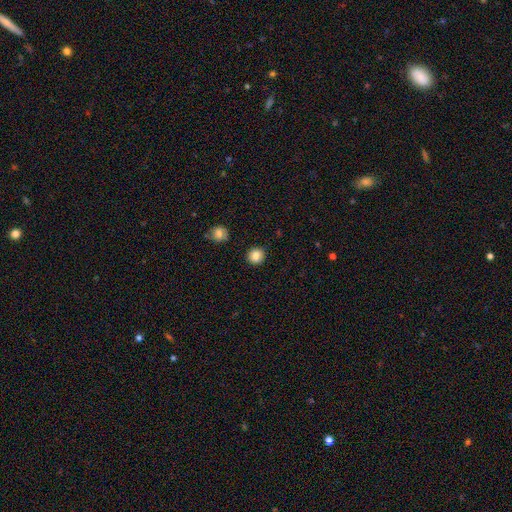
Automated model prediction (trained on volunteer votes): smooth 85%, star or artifact 10%, featured or disk 5%. Down the decision tree: how rounded — round (92%); merging — none (92%).